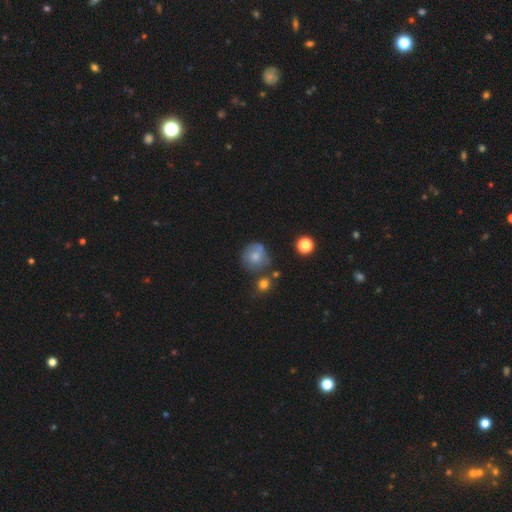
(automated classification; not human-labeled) Smooth or featured? Predicted: smooth (p=0.71). How rounded? Predicted: round (p=0.84). Merging? Predicted: none (p=0.52).